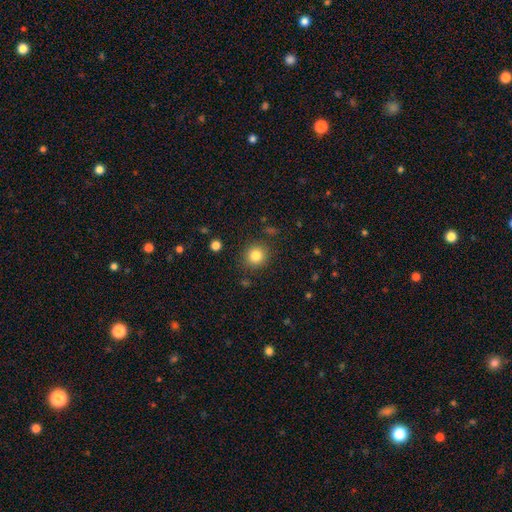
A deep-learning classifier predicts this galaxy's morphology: Smooth or featured: smooth — 83% (star or artifact — 11%)
How rounded: round — 91% (in between — 8%)
Merging: none — 88% (minor disturbance — 7%)